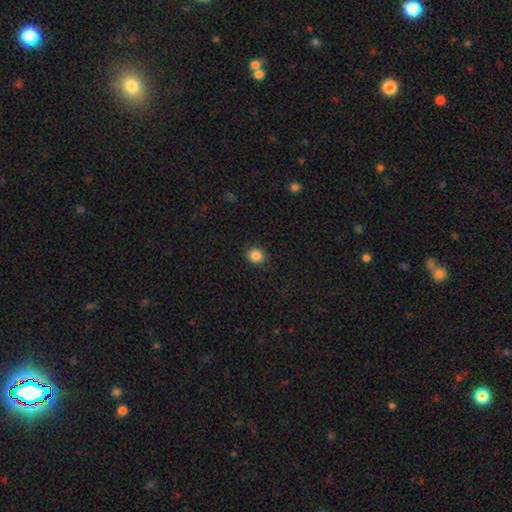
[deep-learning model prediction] Smooth or featured?
  - smooth: 86% *
  - star or artifact: 11%
  - featured or disk: 4%
How rounded?
  - round: 77% *
  - in between: 22%
  - cigar-shaped: 1%
Merging?
  - none: 90% *
  - minor disturbance: 7%
  - major disturbance: 2%
  - merger: 1%